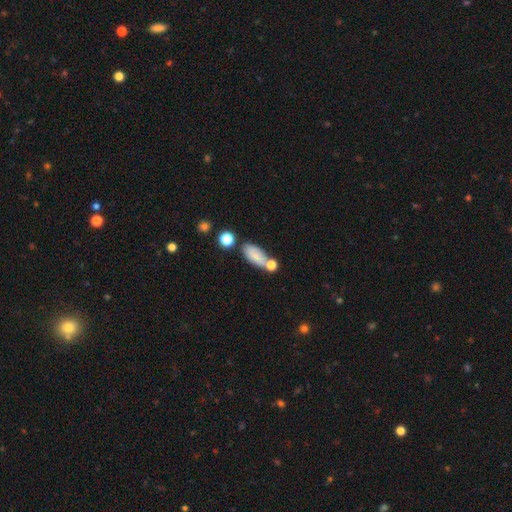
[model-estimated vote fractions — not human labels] Smooth or featured? Predicted: smooth (p=0.76). How rounded? Predicted: in between (p=0.85). Merging? Predicted: none (p=0.58).